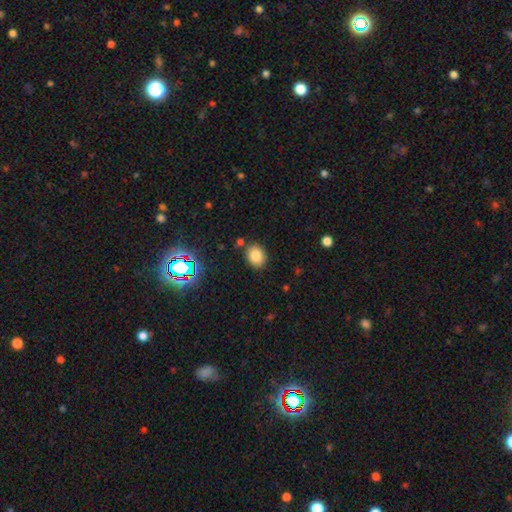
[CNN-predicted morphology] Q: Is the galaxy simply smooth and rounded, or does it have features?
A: smooth — 80%.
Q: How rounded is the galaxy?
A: round — 50%.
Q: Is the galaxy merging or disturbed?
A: none — 83%.